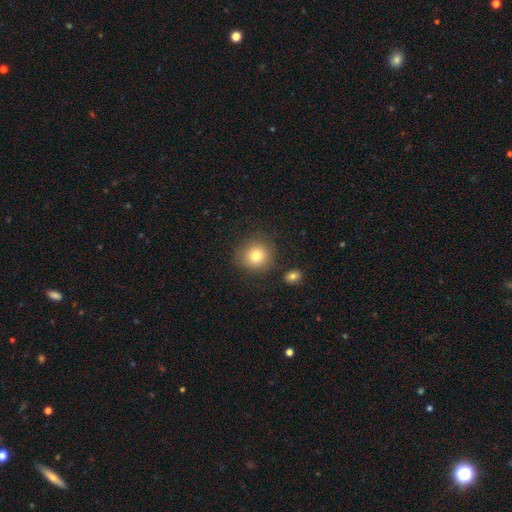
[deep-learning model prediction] Overall: smooth (78%). How rounded: round (90%). Merging: none (84%).